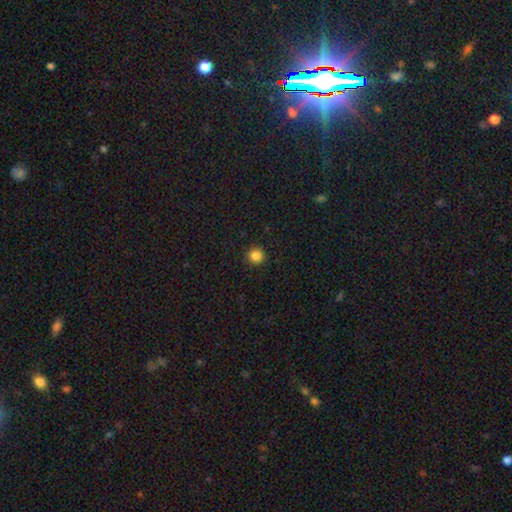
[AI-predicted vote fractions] smooth-or-featured: smooth: 85% | star or artifact: 11% | featured or disk: 3%
  how-rounded: round: 94% | in between: 5% | cigar-shaped: 1%
  merging: none: 92% | minor disturbance: 5% | major disturbance: 2% | merger: 1%